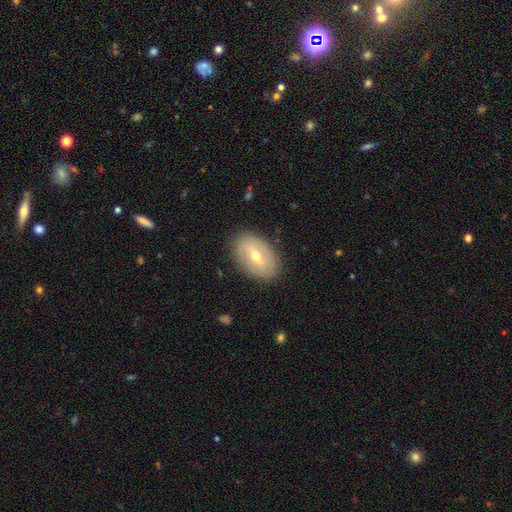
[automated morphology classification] This is possibly a smooth galaxy (50%). Merging: clearly none (86%).